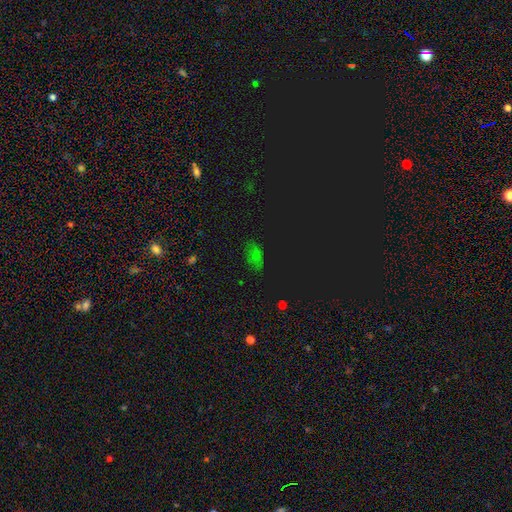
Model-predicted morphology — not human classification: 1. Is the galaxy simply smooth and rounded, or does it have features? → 53% smooth, 37% star or artifact, 9% featured or disk.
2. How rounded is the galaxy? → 87% in between, 10% round, 3% cigar-shaped.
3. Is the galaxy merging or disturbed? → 71% none, 20% minor disturbance, 7% major disturbance, 2% merger.